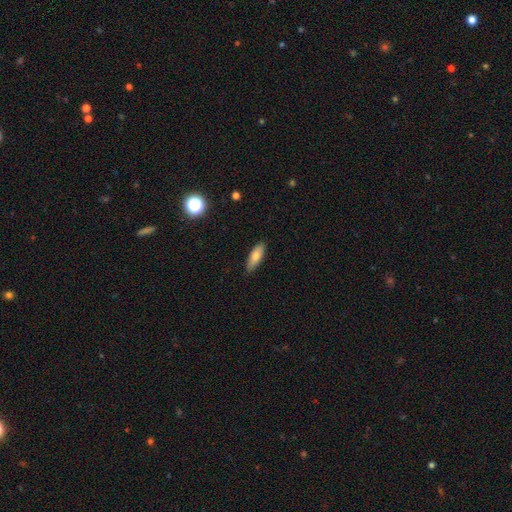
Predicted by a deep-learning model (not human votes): Smooth or featured? smooth (76%)
How rounded? in between (57%)
Merging? none (86%)